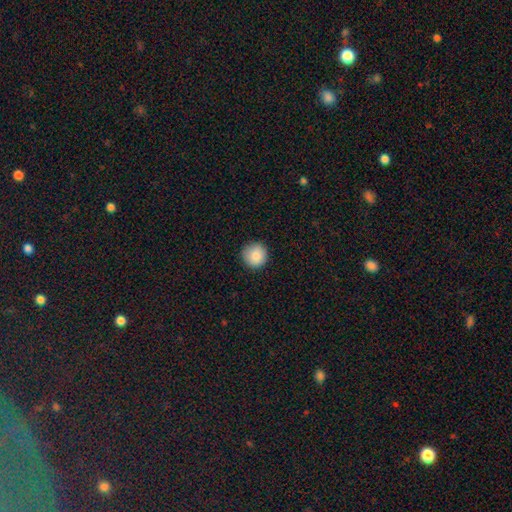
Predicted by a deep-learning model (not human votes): Smooth or featured: smooth — 87% (star or artifact — 8%)
How rounded: round — 96% (in between — 3%)
Merging: none — 91% (minor disturbance — 7%)